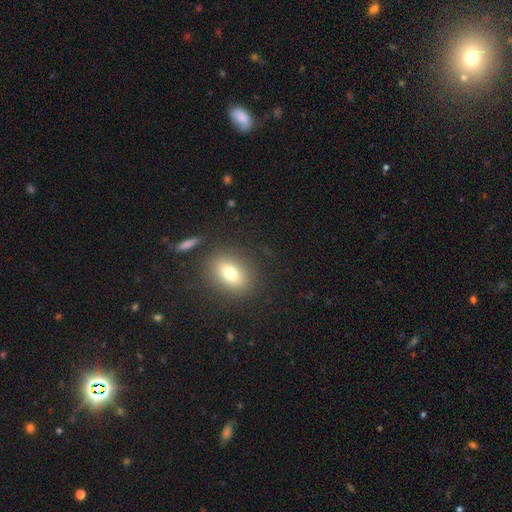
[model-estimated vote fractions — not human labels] Smooth or featured? Predicted: smooth (p=0.63). How rounded? Predicted: in between (p=0.57). Merging? Predicted: none (p=0.85).